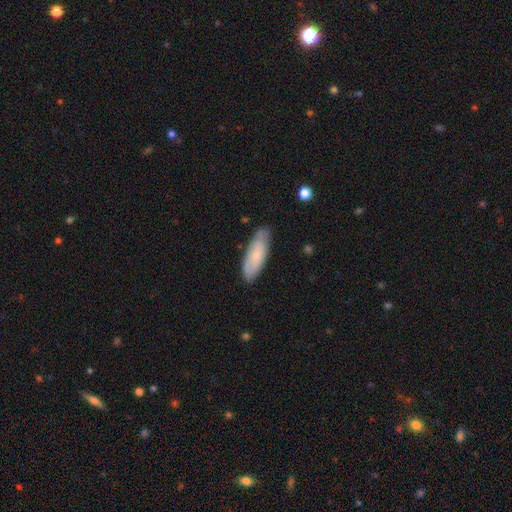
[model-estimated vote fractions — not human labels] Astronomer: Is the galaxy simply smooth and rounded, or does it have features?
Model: smooth — 69%.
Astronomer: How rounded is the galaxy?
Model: in between — 61% (runner-up: cigar-shaped, 38%).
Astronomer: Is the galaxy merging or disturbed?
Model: none — 79%.